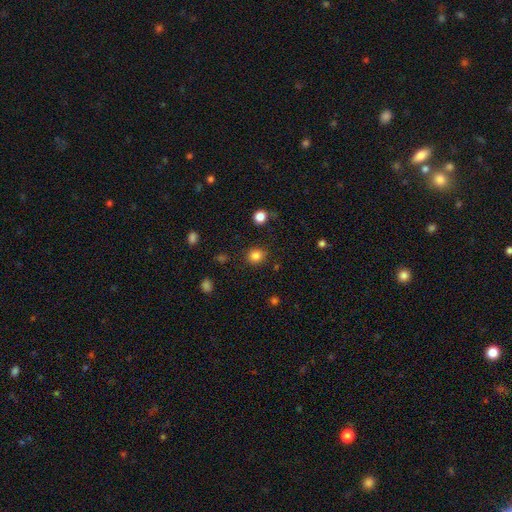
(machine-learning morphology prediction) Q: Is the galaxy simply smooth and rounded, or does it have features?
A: smooth — 84%.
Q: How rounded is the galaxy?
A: round — 82%.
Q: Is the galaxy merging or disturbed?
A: none — 86%.